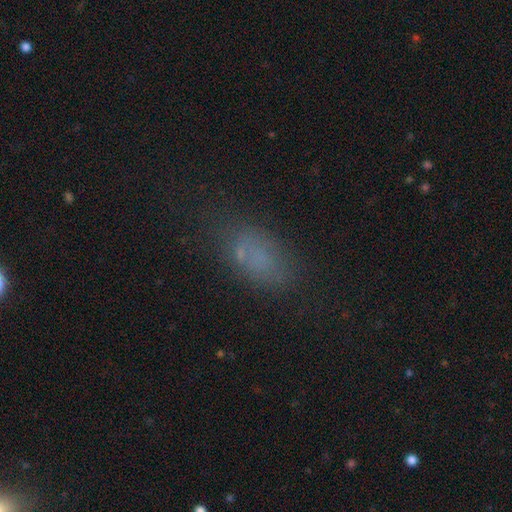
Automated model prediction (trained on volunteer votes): A smooth galaxy with no disk features (66%) that is in between round and cigar-shaped (86%). Merging: none (64%).